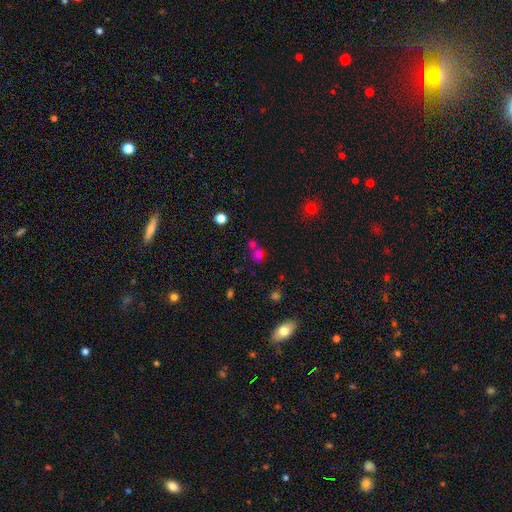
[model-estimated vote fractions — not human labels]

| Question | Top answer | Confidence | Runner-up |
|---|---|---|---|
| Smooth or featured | smooth | 65% | star or artifact (25%) |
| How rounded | round | 57% | in between (41%) |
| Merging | merger | 42% | tied: none (42%) |